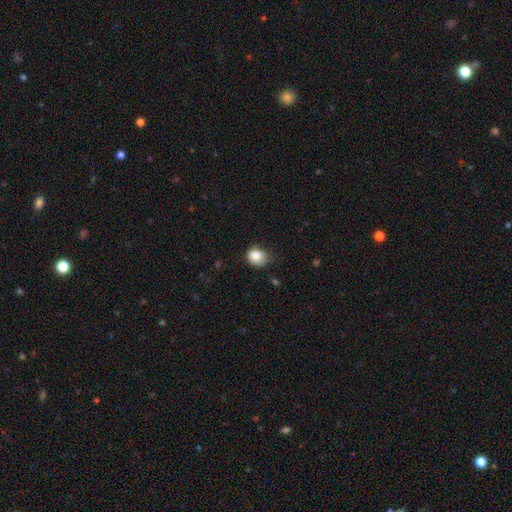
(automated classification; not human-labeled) smooth-or-featured: smooth: 84% | star or artifact: 9% | featured or disk: 6%
  how-rounded: round: 64% | in between: 35% | cigar-shaped: 1%
  merging: none: 54% | minor disturbance: 35% | major disturbance: 9% | merger: 2%